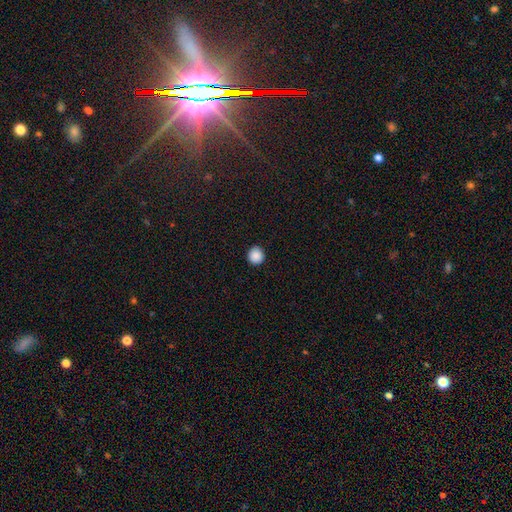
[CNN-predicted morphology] smooth 89%, star or artifact 9%, featured or disk 2%. Down the decision tree: how rounded — round (94%); merging — none (92%).